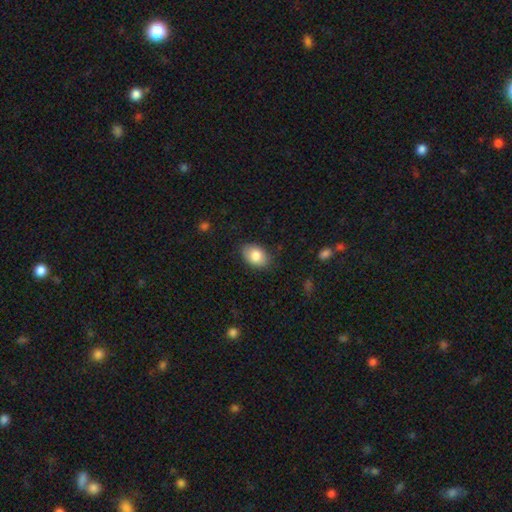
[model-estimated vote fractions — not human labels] Smooth or featured? smooth (83%)
How rounded? in between (84%)
Merging? none (84%)